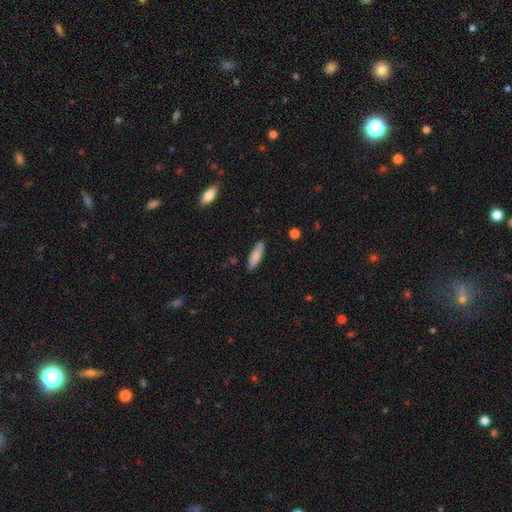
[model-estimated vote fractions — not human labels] A smooth galaxy with no disk features (82%) that is cigar-shaped (57%). Merging: none (86%).